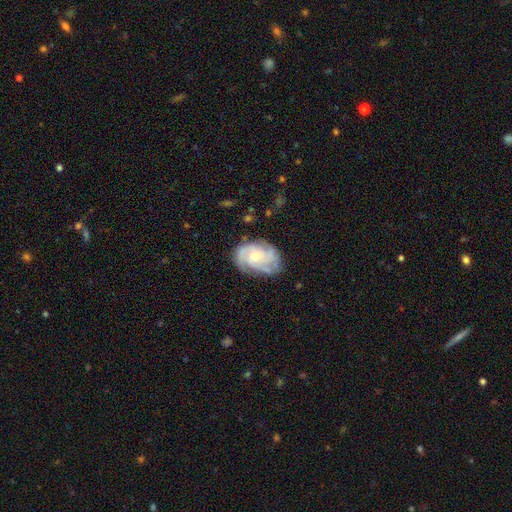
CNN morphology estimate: A featured or disk galaxy (82%) with no bar (70%), 3 (38%) tight (52%) spiral arms (95%) and a small central bulge (57%).

Vote fractions:
- Smooth or featured? featured or disk: 82% / smooth: 13% / star or artifact: 6%
- Edge-on disk? no: 98% / yes: 2%
- Bar? no: 70% / weak: 26% / strong: 4%
- Spiral arms? yes: 95% / no: 5%
- Spiral winding? tight: 52% / medium: 38% / loose: 10%
- Spiral arm count? 3: 38% / can't tell: 20% / 4: 16% / 2: 15% / more than 4: 5% / 1: 5%
- Bulge size? small: 57% / moderate: 39% / large: 2% / none: 1% / dominant: 1%
- Merging? none: 70% / minor disturbance: 21% / major disturbance: 7% / merger: 1%